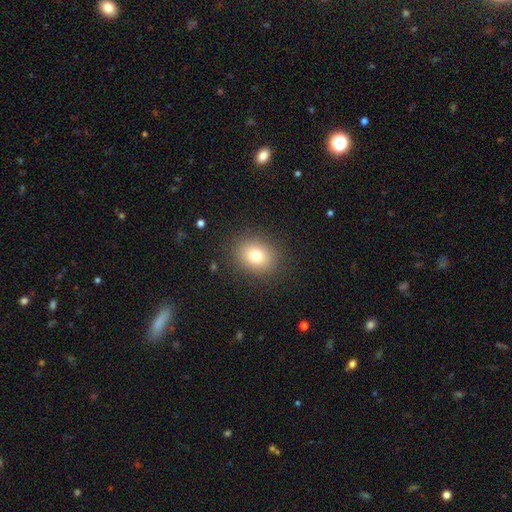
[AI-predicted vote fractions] The model was most divided on "how rounded": round: 63%, in between: 36%, cigar-shaped: 1%. More confident: merging — none (88%); smooth or featured — smooth (77%).